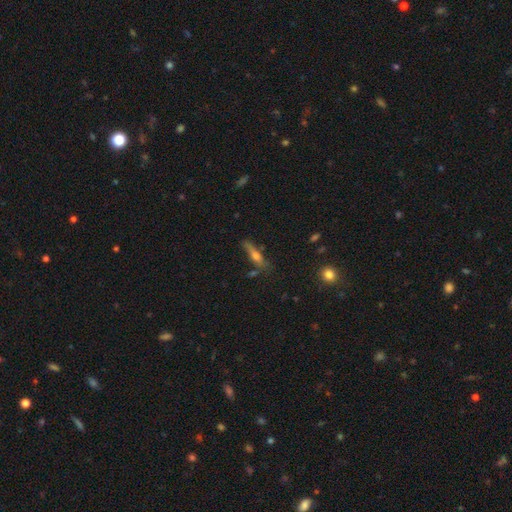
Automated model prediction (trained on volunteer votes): featured or disk 48%, smooth 43%, star or artifact 9%. Down the decision tree: merging — none (67%).